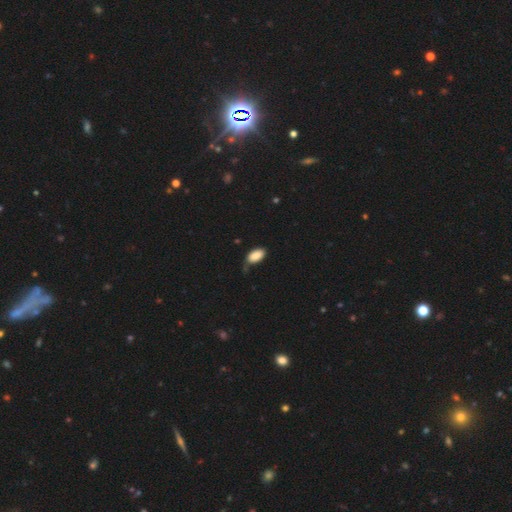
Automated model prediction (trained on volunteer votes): Q: Smooth or featured?
A: smooth (87%); runner-up: star or artifact (7%)
Q: How rounded?
A: in between (94%); runner-up: round (3%)
Q: Merging?
A: none (58%); runner-up: minor disturbance (29%)